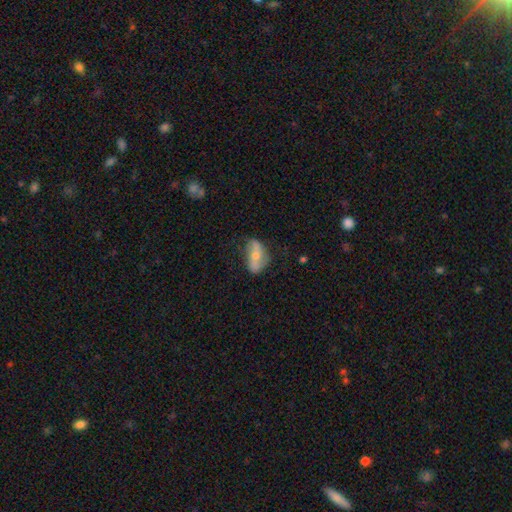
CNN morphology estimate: featured or disk 52%, smooth 41%, star or artifact 7%. Down the decision tree: edge-on disk — no (90%); merging — none (61%).